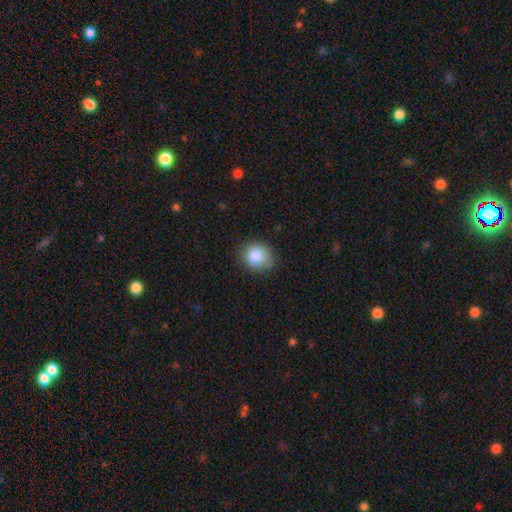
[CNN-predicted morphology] Smooth or featured: smooth — 86% (star or artifact — 9%)
How rounded: round — 73% (in between — 26%)
Merging: none — 77% (minor disturbance — 18%)